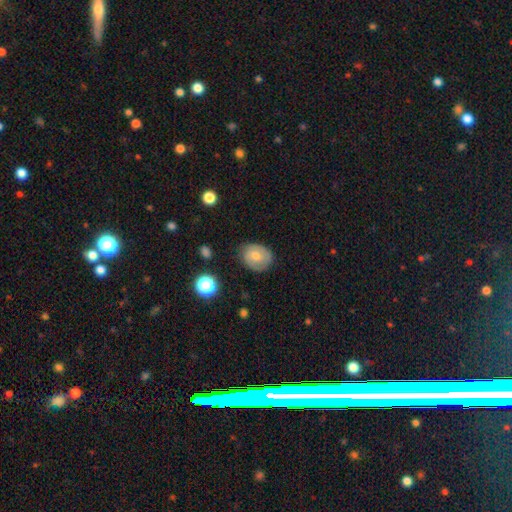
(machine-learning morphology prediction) smooth-or-featured: smooth: 66% | featured or disk: 25% | star or artifact: 9%
  how-rounded: round: 55% | in between: 44% | cigar-shaped: 1%
  merging: none: 76% | minor disturbance: 19% | major disturbance: 4% | merger: 1%